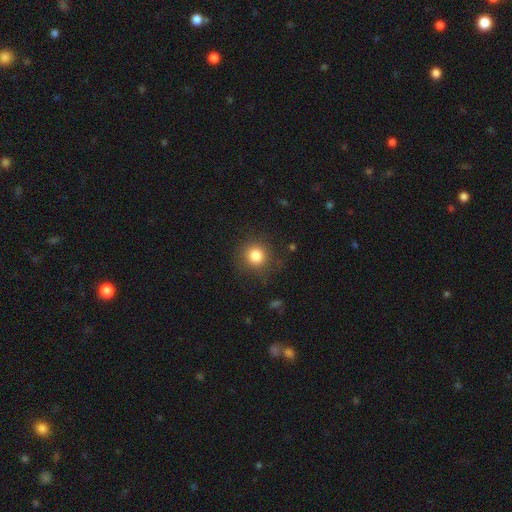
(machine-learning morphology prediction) type=smooth (83%); roundness=round (91%); merging=none (83%).